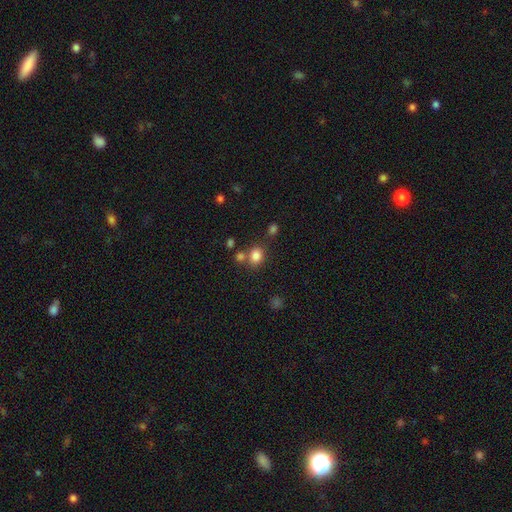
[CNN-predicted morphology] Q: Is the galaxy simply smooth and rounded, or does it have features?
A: smooth — 82%.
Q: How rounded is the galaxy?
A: round — 60%.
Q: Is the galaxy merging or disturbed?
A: none — 64%.